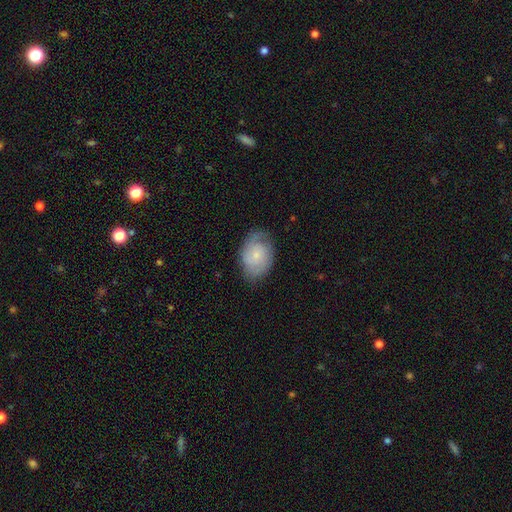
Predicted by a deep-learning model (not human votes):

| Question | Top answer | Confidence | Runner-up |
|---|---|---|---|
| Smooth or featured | featured or disk | 52% | smooth (41%) |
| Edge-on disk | no | 96% | yes (4%) |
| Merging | none | 70% | minor disturbance (22%) |